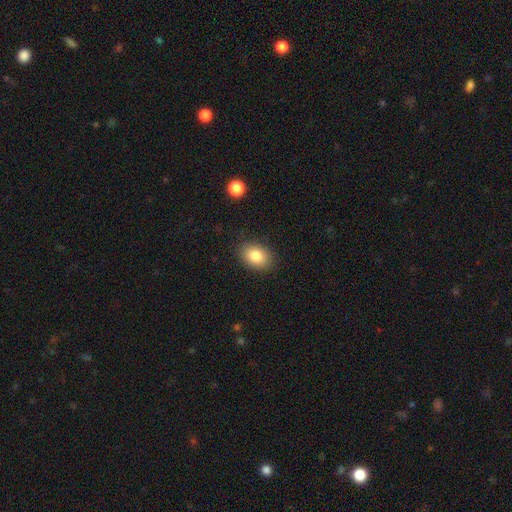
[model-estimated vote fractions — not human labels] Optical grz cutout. It shows a smooth galaxy with no disk features (82%) that is in between round and cigar-shaped (73%). Merging: none (87%).